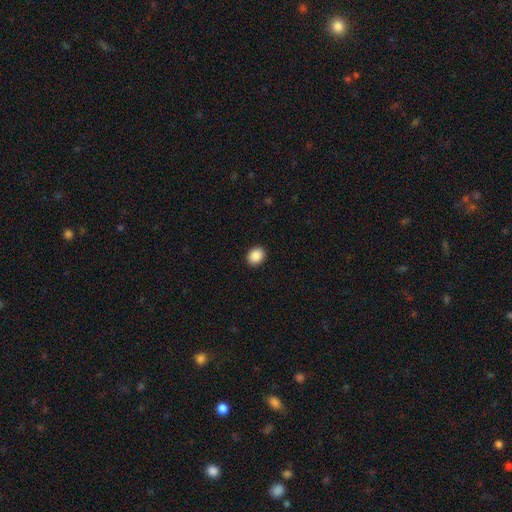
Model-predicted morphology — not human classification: Smooth or featured? smooth (89%)
How rounded? round (55%)
Merging? none (92%)